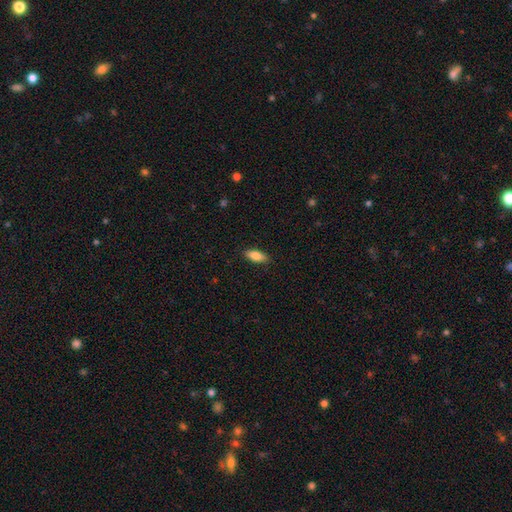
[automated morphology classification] This appears to be a smooth galaxy with no disk features (83%) that is in between round and cigar-shaped (76%). Merging: none (87%).